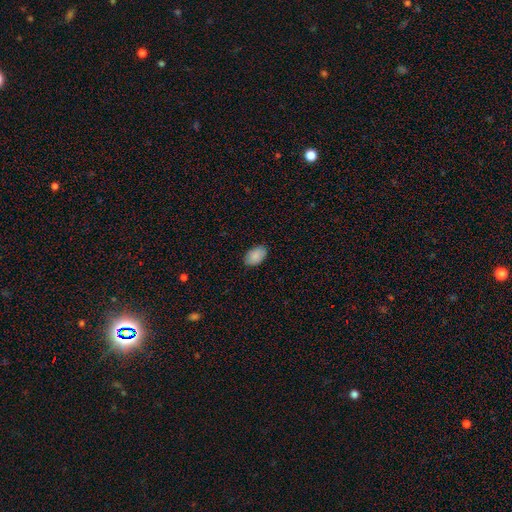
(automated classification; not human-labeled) smooth 88%, star or artifact 7%, featured or disk 5%. Down the decision tree: how rounded — in between (91%); merging — none (86%).